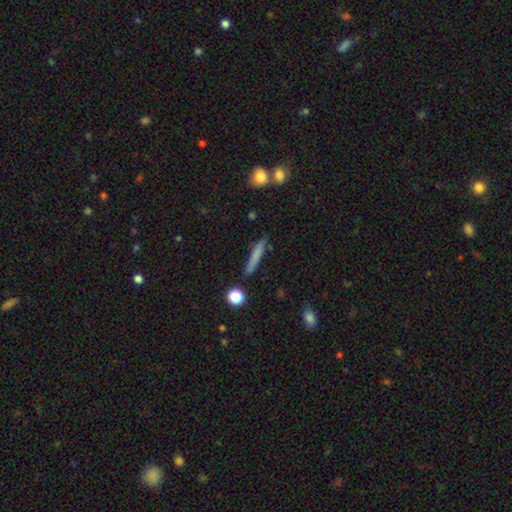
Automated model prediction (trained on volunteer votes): smooth-or-featured: smooth: 71% | featured or disk: 21% | star or artifact: 8%
  how-rounded: cigar-shaped: 92% | in between: 6% | round: 3%
  merging: none: 82% | minor disturbance: 12% | merger: 3% | major disturbance: 3%